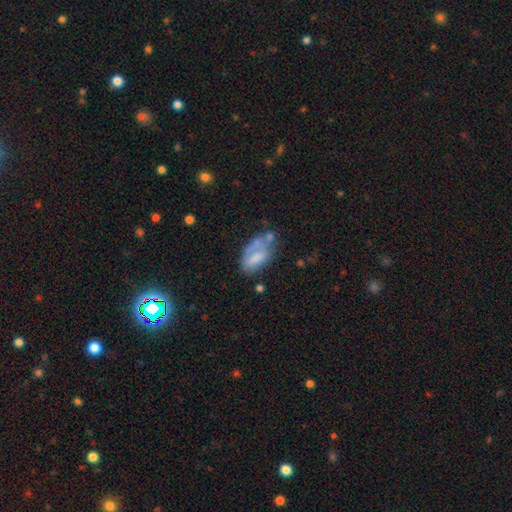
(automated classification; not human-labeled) smooth 57%, featured or disk 35%, star or artifact 9%. Down the decision tree: how rounded — in between (91%); merging — none (34%).